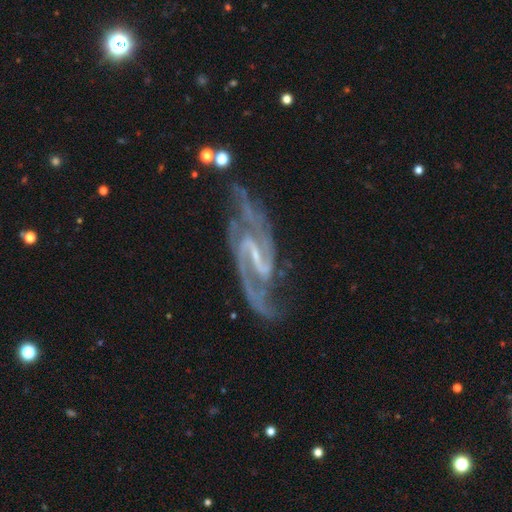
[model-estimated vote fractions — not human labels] Q: Smooth or featured?
A: featured or disk (92%); runner-up: star or artifact (5%)
Q: Edge-on disk?
A: no (96%); runner-up: yes (4%)
Q: Bar?
A: strong (45%); runner-up: weak (42%)
Q: Spiral arms?
A: yes (98%); runner-up: no (2%)
Q: Spiral winding?
A: medium (58%); runner-up: tight (23%)
Q: Spiral arm count?
A: 2 (86%); runner-up: 3 (4%)
Q: Bulge size?
A: small (63%); runner-up: none (22%)
Q: Merging?
A: none (69%); runner-up: minor disturbance (18%)